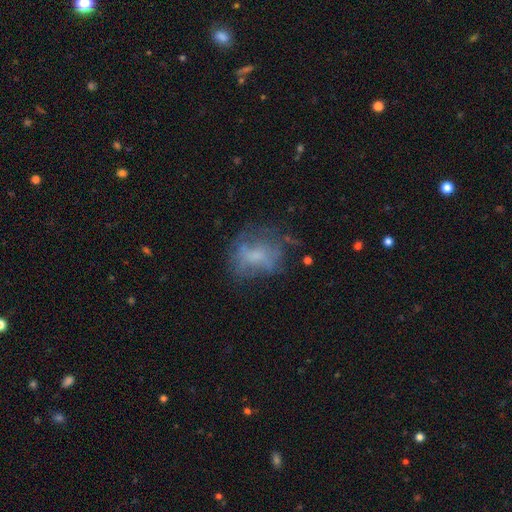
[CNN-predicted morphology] smooth_or_featured: smooth (p=0.46) [alt: featured or disk p=0.41]
merging: none (p=0.49) [alt: major disturbance p=0.24]